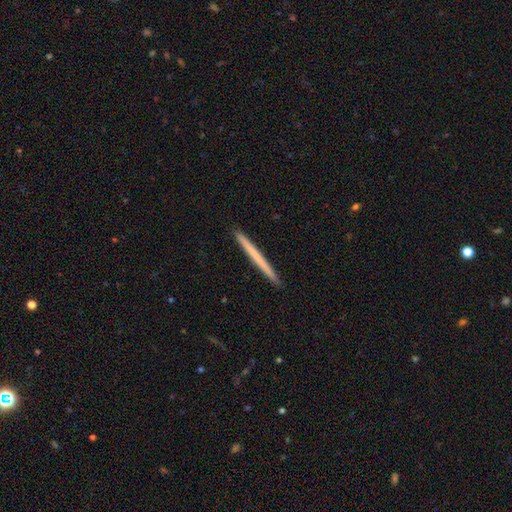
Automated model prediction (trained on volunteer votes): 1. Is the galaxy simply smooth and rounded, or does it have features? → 57% smooth, 38% featured or disk, 5% star or artifact.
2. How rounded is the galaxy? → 98% cigar-shaped, 1% in between, 1% round.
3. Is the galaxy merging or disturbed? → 94% none, 4% minor disturbance, 1% major disturbance, 1% merger.